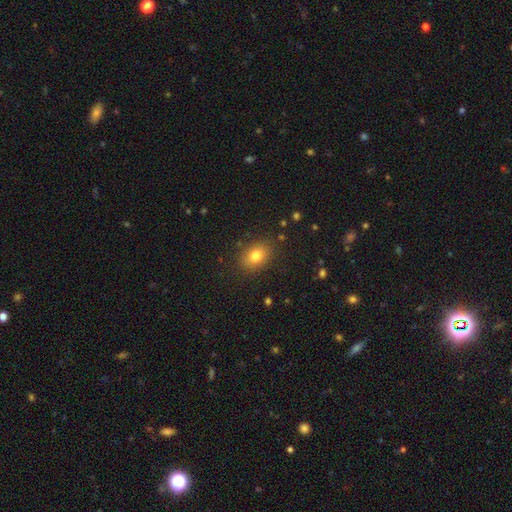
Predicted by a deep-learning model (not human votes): This is likely a smooth galaxy (79%). How rounded: likely in between (71%). Merging: clearly none (85%).